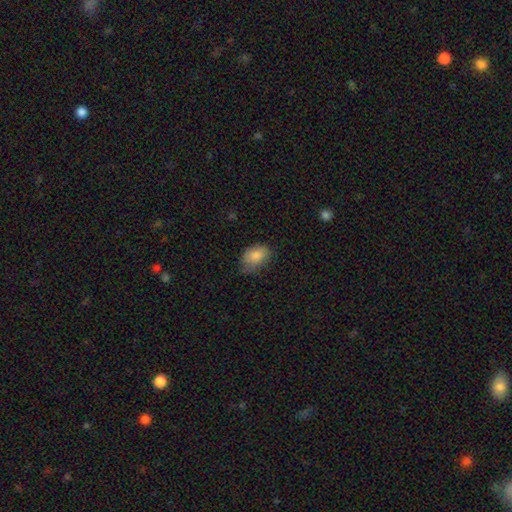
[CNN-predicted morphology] The model was most divided on "merging": none: 58%, minor disturbance: 33%, major disturbance: 8%, merger: 1%. More confident: smooth or featured — smooth (85%); how rounded — in between (84%).